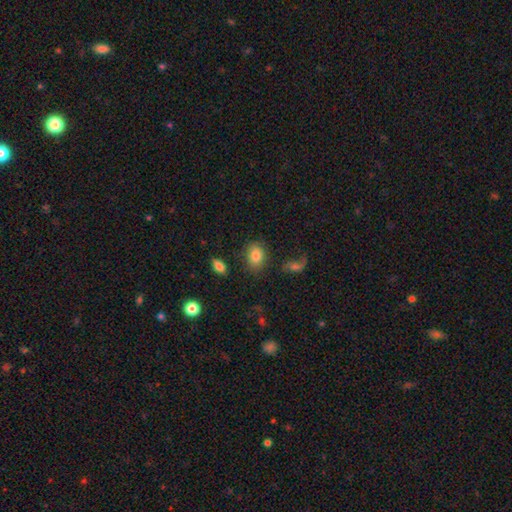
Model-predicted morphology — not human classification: A smooth galaxy with no disk features (82%) that is in between round and cigar-shaped (72%). Merging: none (77%).